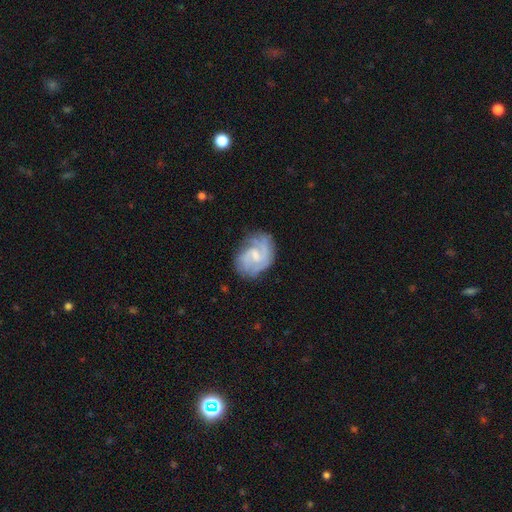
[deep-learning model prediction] Q: Smooth or featured?
A: featured or disk (78%); runner-up: smooth (16%)
Q: Edge-on disk?
A: no (97%); runner-up: yes (3%)
Q: Bar?
A: weak (57%); runner-up: no (32%)
Q: Spiral arms?
A: yes (92%); runner-up: no (8%)
Q: Spiral winding?
A: medium (44%); runner-up: tight (39%)
Q: Spiral arm count?
A: 2 (50%); runner-up: can't tell (22%)
Q: Bulge size?
A: small (48%); runner-up: moderate (34%)
Q: Merging?
A: none (64%); runner-up: minor disturbance (23%)